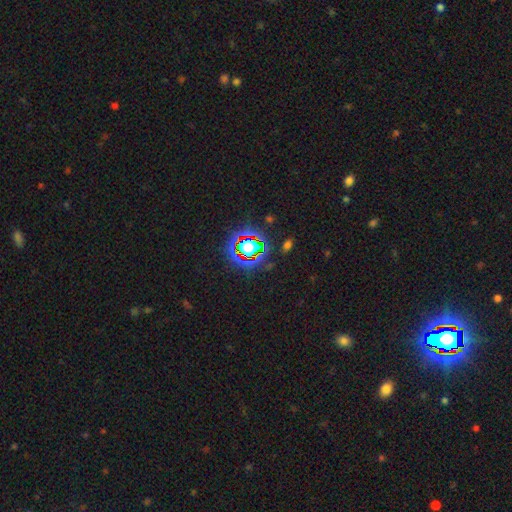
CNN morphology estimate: A star or artifact, not a galaxy (82%).

Vote fractions:
- Smooth or featured? star or artifact: 82% / smooth: 10% / featured or disk: 8%